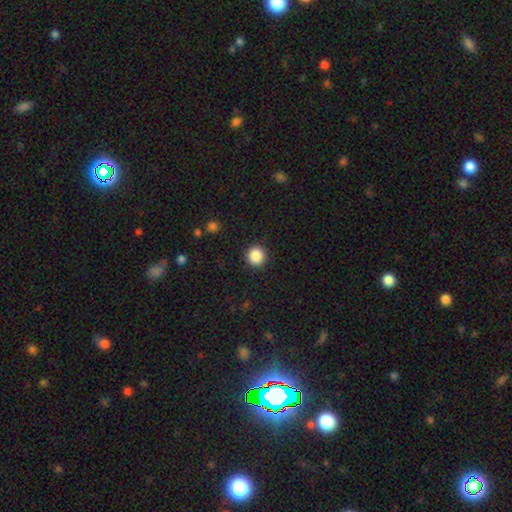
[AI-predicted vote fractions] A smooth galaxy with no disk features (87%) that is round (93%). Merging: none (92%).